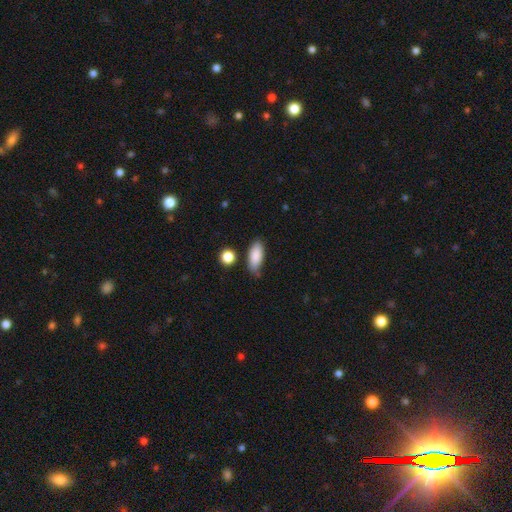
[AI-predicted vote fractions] This is clearly a smooth galaxy (87%). How rounded: clearly in between (83%). Merging: likely none (73%).